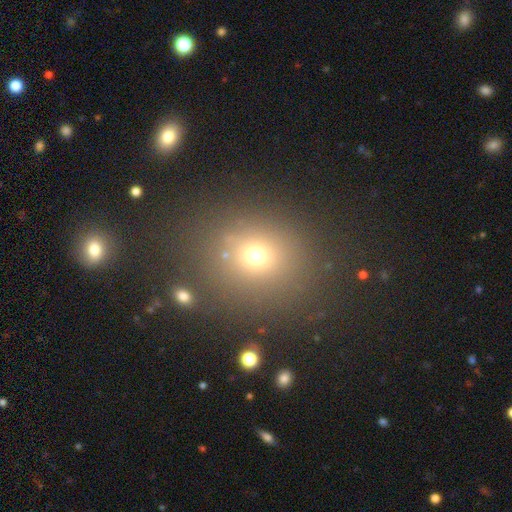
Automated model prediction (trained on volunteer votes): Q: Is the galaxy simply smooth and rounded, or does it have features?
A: smooth — 66%.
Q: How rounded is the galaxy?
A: round — 75%.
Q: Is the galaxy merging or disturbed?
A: none — 81%.